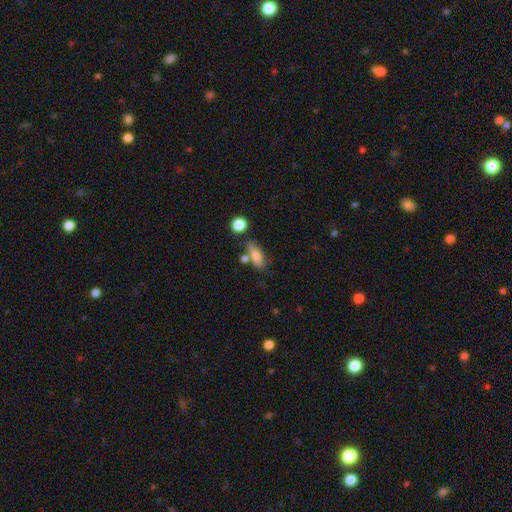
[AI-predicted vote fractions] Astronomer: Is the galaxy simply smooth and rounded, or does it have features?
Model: smooth — 76%.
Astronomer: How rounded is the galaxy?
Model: in between — 72%.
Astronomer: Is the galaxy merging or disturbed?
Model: none — 62%.